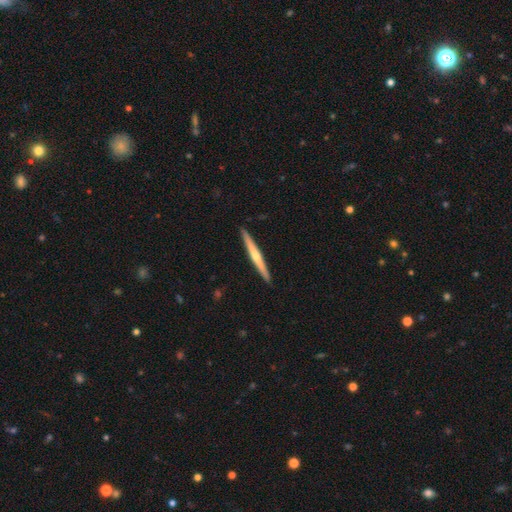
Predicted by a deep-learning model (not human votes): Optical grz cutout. It shows a featured or disk galaxy (57%) viewed edge-on (98%) with a rounded central bulge (64%). Merging: none (92%).